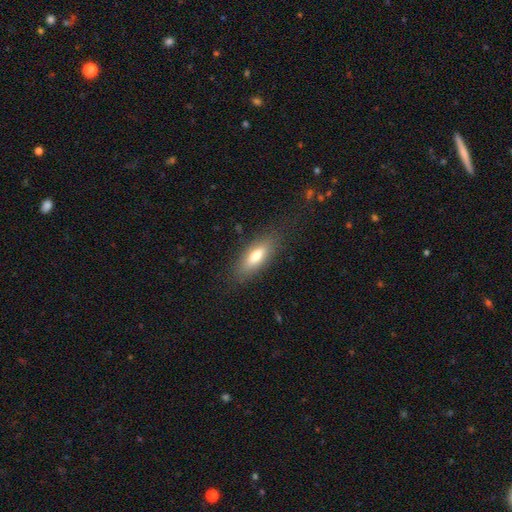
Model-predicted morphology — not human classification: type=smooth (71%); roundness=in between (68%); merging=none (83%).